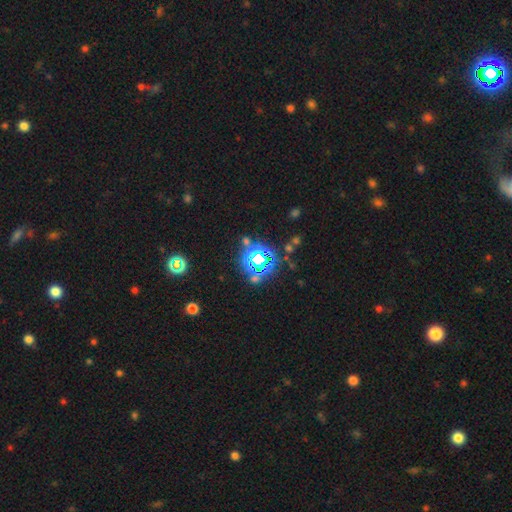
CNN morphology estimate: star or artifact 72%, smooth 19%, featured or disk 10%.